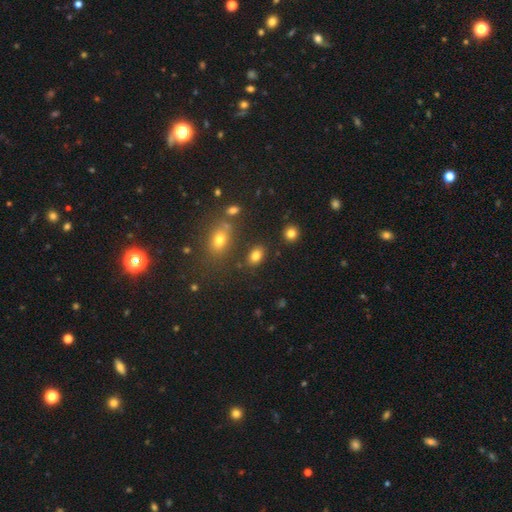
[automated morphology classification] The model was most divided on "how rounded": in between: 82%, round: 16%, cigar-shaped: 2%. More confident: smooth or featured — smooth (82%); merging — none (81%).